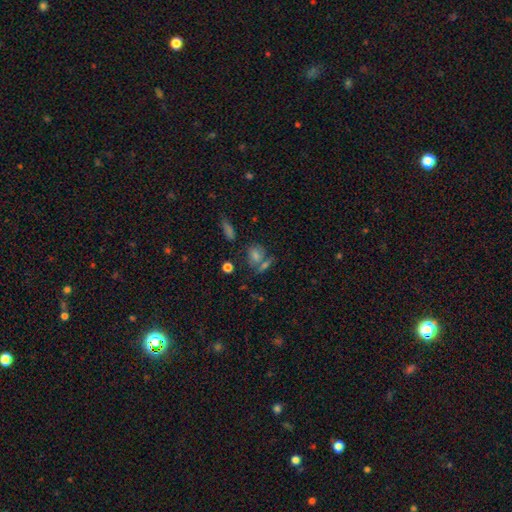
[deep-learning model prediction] Smooth or featured: smooth — 61% (star or artifact — 22%)
How rounded: in between — 49% (round — 45%)
Merging: none — 54% (merger — 26%)